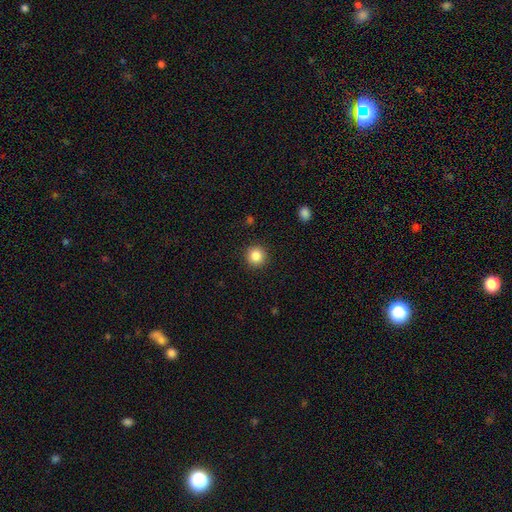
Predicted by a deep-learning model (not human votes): Smooth or featured: smooth — 85% (star or artifact — 10%)
How rounded: round — 94% (in between — 5%)
Merging: none — 92% (minor disturbance — 5%)